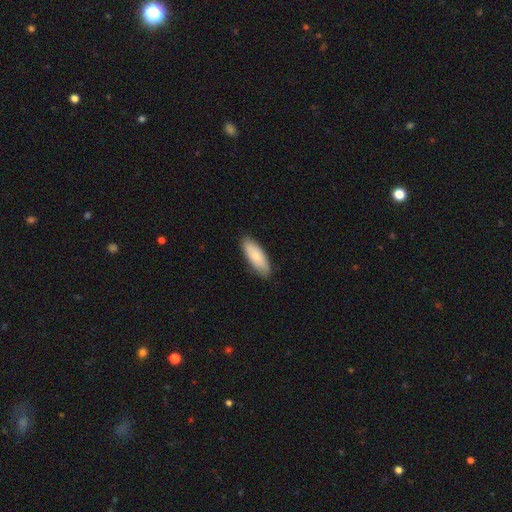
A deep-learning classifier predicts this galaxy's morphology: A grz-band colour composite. It shows a smooth galaxy with no disk features (76%) that is in between round and cigar-shaped (69%). Merging: none (85%).